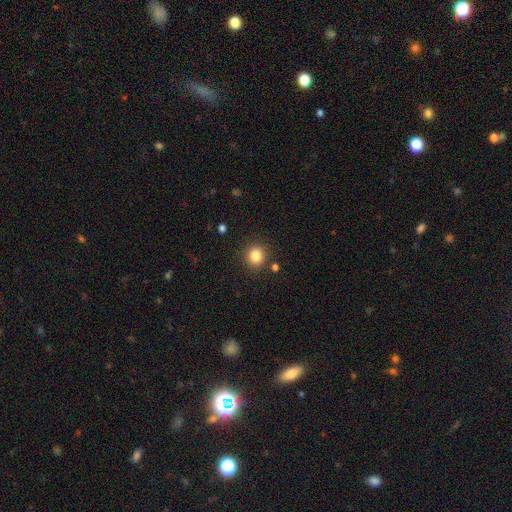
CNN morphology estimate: Smooth or featured? Predicted: smooth (p=0.84). How rounded? Predicted: round (p=0.88). Merging? Predicted: none (p=0.88).